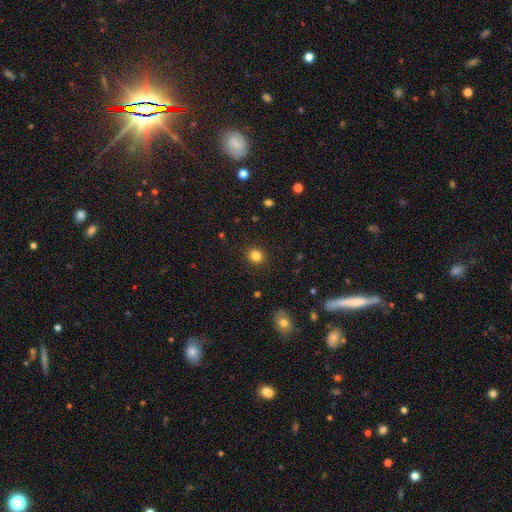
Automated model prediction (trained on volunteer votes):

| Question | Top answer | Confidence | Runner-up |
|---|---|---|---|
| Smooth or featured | smooth | 83% | star or artifact (12%) |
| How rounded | round | 83% | in between (16%) |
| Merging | none | 90% | minor disturbance (6%) |